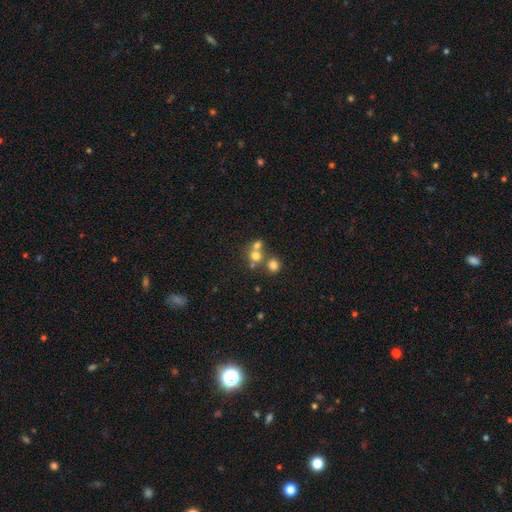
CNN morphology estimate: Smooth or featured?
  - smooth: 68% *
  - star or artifact: 17%
  - featured or disk: 15%
How rounded?
  - round: 84% *
  - in between: 15%
  - cigar-shaped: 1%
Merging?
  - none: 45% * (tied)
  - merger: 45% * (tied)
  - minor disturbance: 6%
  - major disturbance: 3%